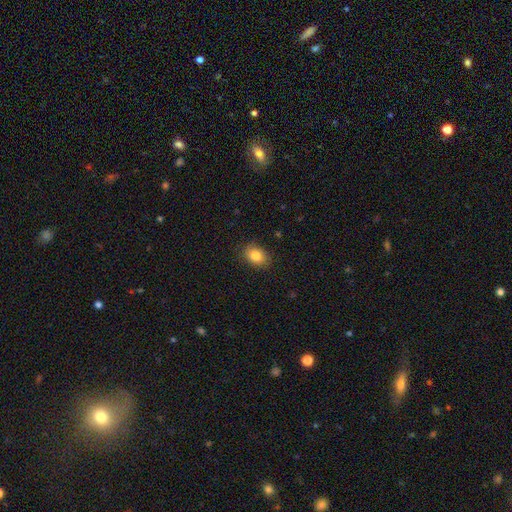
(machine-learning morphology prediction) smooth_or_featured: smooth (p=0.83) [alt: star or artifact p=0.09]
how_rounded: in between (p=0.69) [alt: round p=0.30]
merging: none (p=0.85) [alt: minor disturbance p=0.12]